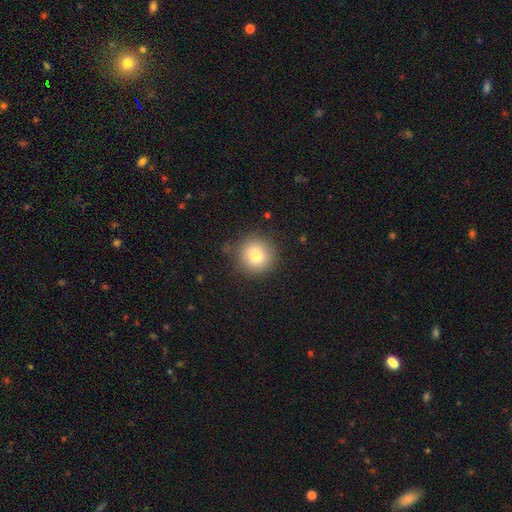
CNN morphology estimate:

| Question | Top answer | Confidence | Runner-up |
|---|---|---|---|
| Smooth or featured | smooth | 79% | star or artifact (11%) |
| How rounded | round | 94% | in between (5%) |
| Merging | none | 85% | minor disturbance (10%) |